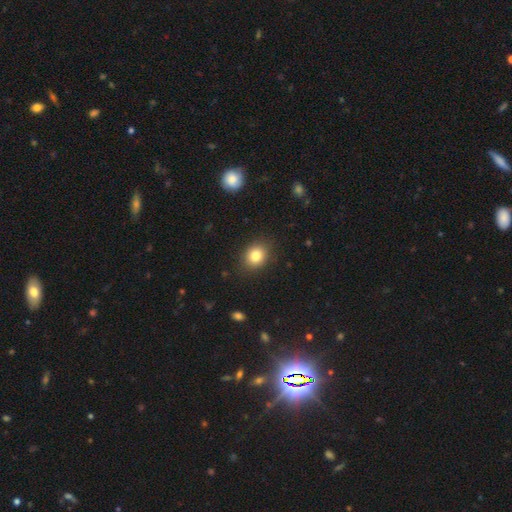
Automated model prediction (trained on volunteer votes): A smooth galaxy with no disk features (83%) that is round (58%). Merging: none (87%).